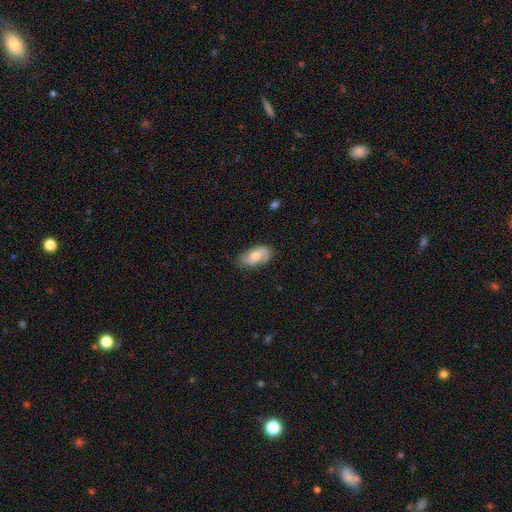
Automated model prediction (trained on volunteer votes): Smooth or featured? Predicted: smooth (p=0.55). How rounded? Predicted: in between (p=0.91). Merging? Predicted: none (p=0.69).